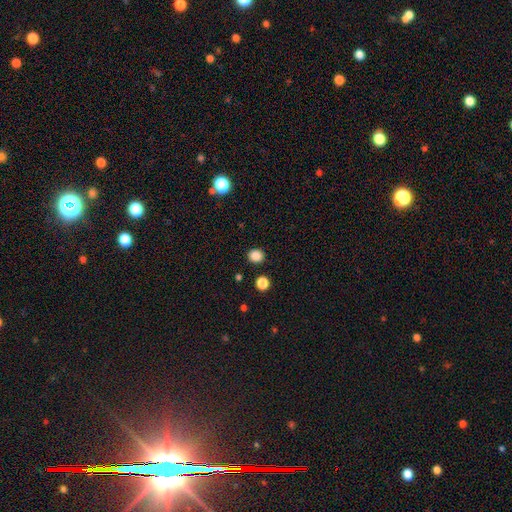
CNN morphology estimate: Smooth or featured: smooth — 86% (star or artifact — 11%)
How rounded: round — 84% (in between — 15%)
Merging: none — 90% (minor disturbance — 6%)